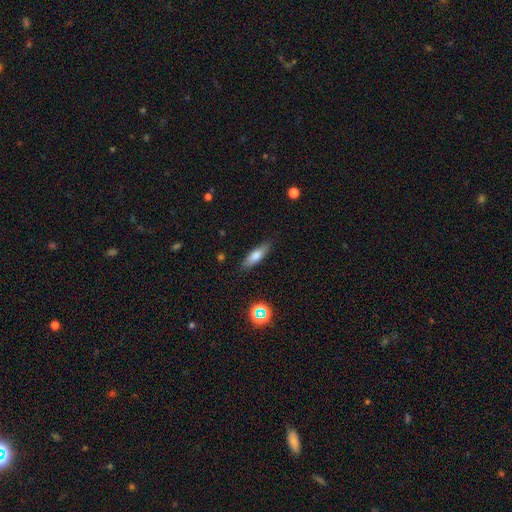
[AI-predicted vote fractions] The model was most divided on "how rounded": cigar-shaped: 54%, in between: 43%, round: 3%. More confident: merging — none (86%); smooth or featured — smooth (72%).